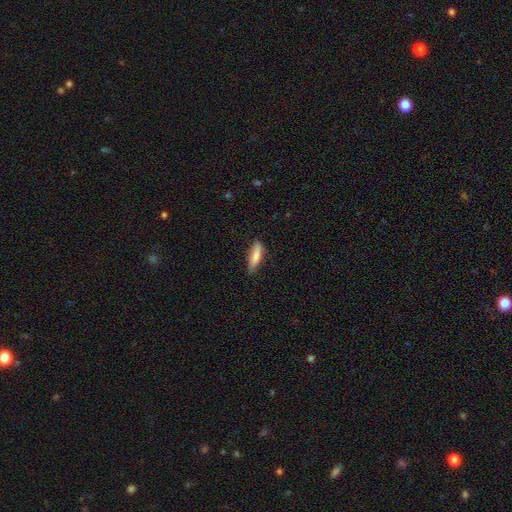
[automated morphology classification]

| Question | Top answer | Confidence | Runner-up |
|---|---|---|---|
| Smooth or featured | smooth | 82% | featured or disk (12%) |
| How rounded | cigar-shaped | 60% | in between (39%) |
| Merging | none | 76% | minor disturbance (20%) |